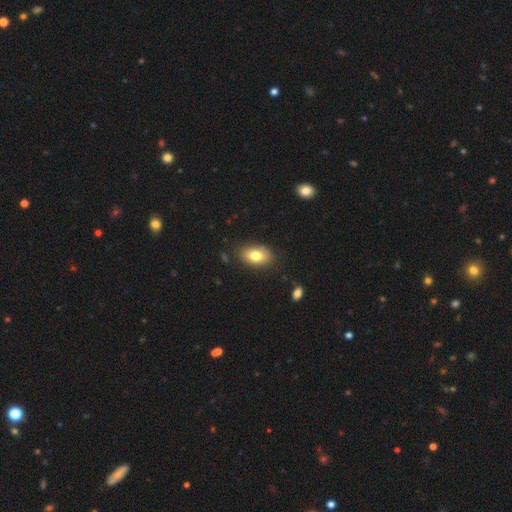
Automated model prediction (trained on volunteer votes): Overall: smooth (77%). How rounded: in between (88%). Merging: none (82%).